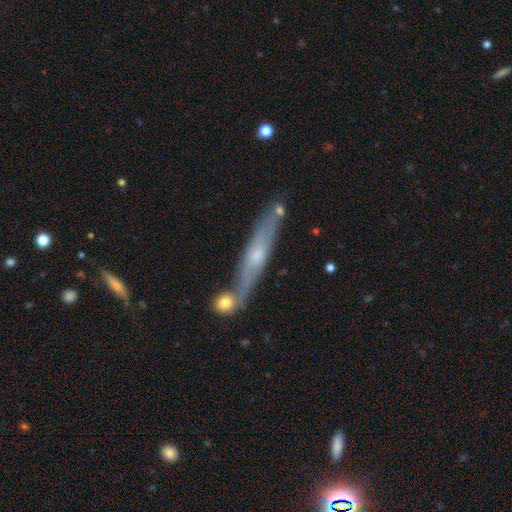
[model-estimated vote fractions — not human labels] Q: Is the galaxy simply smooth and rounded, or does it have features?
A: featured or disk — 65%.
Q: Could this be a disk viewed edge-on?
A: yes — 85%.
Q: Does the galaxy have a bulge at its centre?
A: rounded — 71%.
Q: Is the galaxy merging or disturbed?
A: none — 65%.